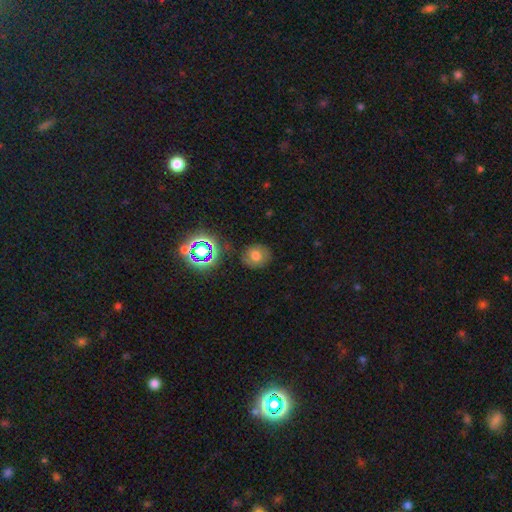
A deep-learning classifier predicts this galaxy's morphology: type=smooth (65%); roundness=round (77%); merging=none (81%).